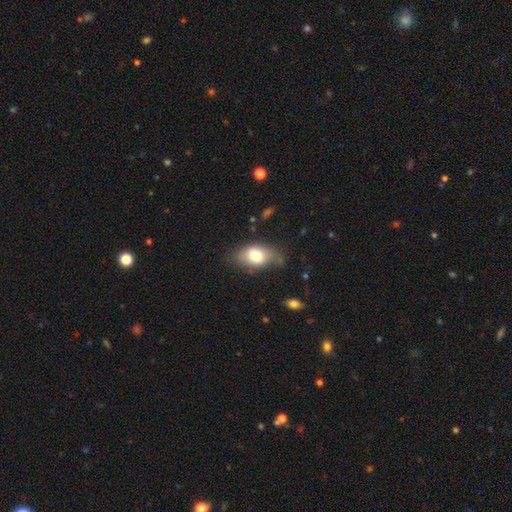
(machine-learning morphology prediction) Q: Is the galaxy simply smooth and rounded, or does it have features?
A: smooth — 74%.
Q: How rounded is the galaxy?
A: in between — 86%.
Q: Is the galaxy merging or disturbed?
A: none — 57%.